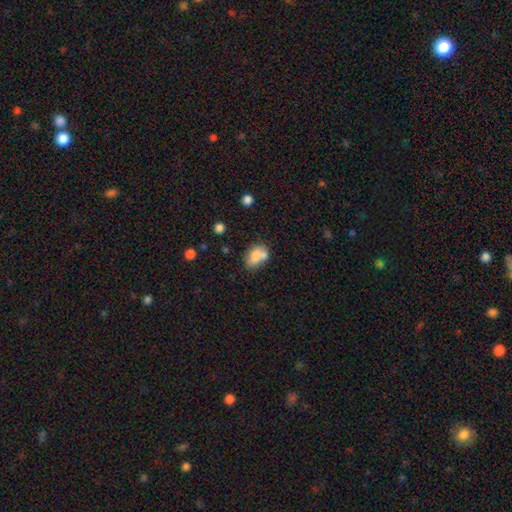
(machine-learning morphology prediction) A smooth galaxy with no disk features (75%) that is in between round and cigar-shaped (77%).

Vote fractions:
- Smooth or featured? smooth: 75% / featured or disk: 16% / star or artifact: 9%
- How rounded? in between: 77% / round: 22% / cigar-shaped: 2%
- Merging? none: 43% / merger: 36% / minor disturbance: 15% / major disturbance: 5%